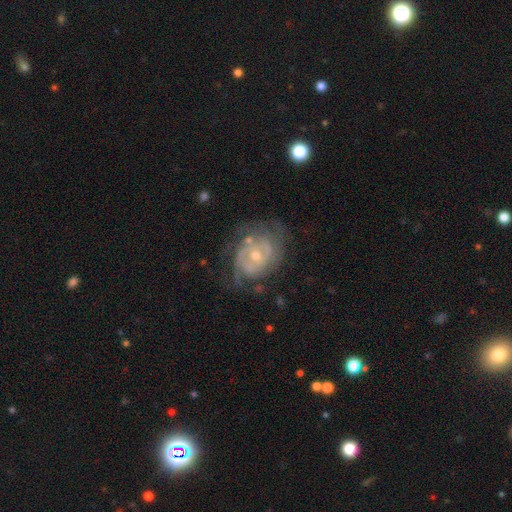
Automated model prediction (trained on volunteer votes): Smooth or featured: featured or disk — 82% (smooth — 11%)
Edge-on disk: no — 97% (yes — 3%)
Bar: no — 72% (weak — 23%)
Spiral arms: yes — 86% (no — 14%)
Spiral winding: tight — 63% (medium — 27%)
Spiral arm count: can't tell — 43% (2 — 29%)
Bulge size: small — 53% (moderate — 44%)
Merging: none — 60% (minor disturbance — 22%)